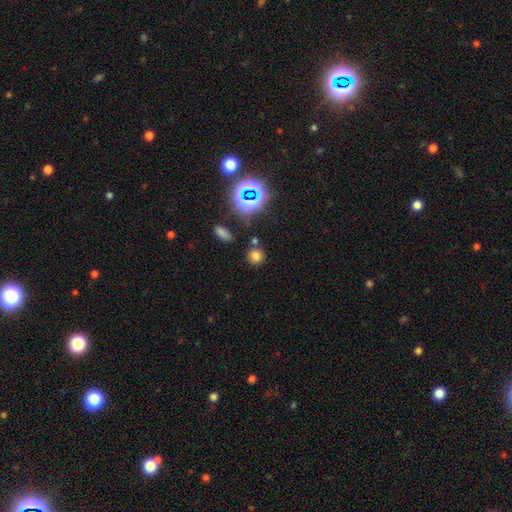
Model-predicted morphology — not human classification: smooth-or-featured: smooth: 69% | star or artifact: 24% | featured or disk: 7%
  how-rounded: round: 88% | in between: 11% | cigar-shaped: 1%
  merging: none: 81% | minor disturbance: 9% | merger: 7% | major disturbance: 3%